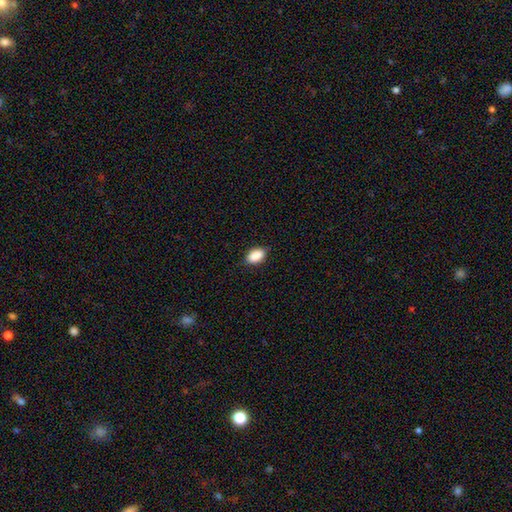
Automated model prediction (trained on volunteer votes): smooth 89%, star or artifact 7%, featured or disk 3%. Down the decision tree: how rounded — in between (88%); merging — none (83%).